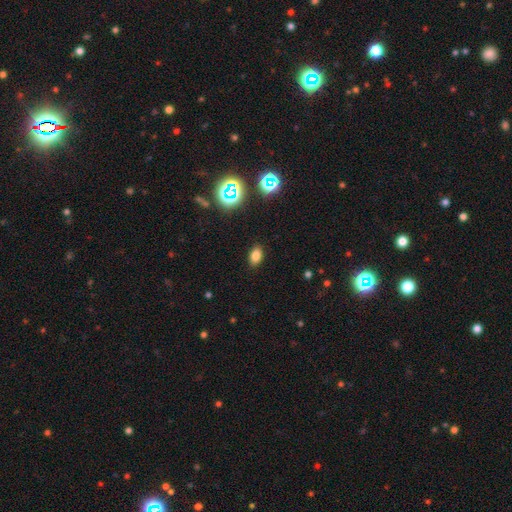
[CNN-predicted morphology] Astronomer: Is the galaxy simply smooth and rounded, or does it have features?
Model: smooth — 77%.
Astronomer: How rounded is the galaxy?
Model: in between — 84%.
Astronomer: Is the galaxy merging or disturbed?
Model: none — 88%.